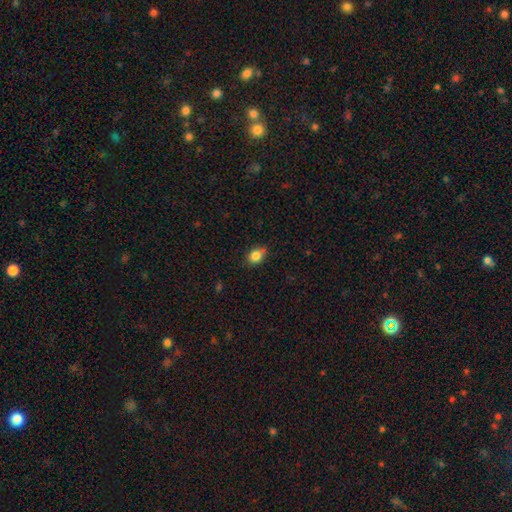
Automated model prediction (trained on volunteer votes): Q: Smooth or featured?
A: smooth (83%); runner-up: star or artifact (10%)
Q: How rounded?
A: round (50%); runner-up: in between (49%)
Q: Merging?
A: none (71%); runner-up: minor disturbance (21%)